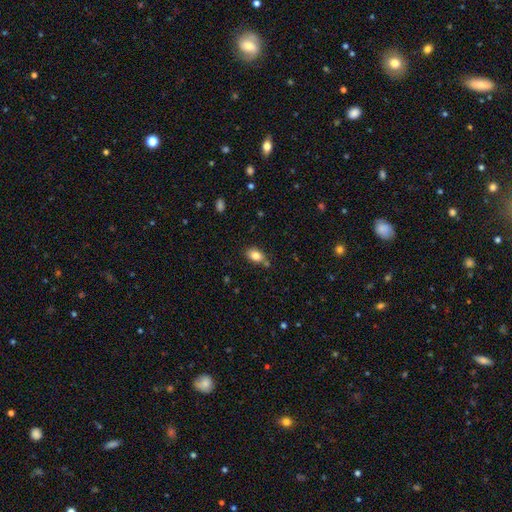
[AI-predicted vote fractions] smooth-or-featured: smooth: 83% | star or artifact: 9% | featured or disk: 8%
  how-rounded: in between: 82% | round: 16% | cigar-shaped: 2%
  merging: none: 70% | minor disturbance: 18% | merger: 8% | major disturbance: 4%